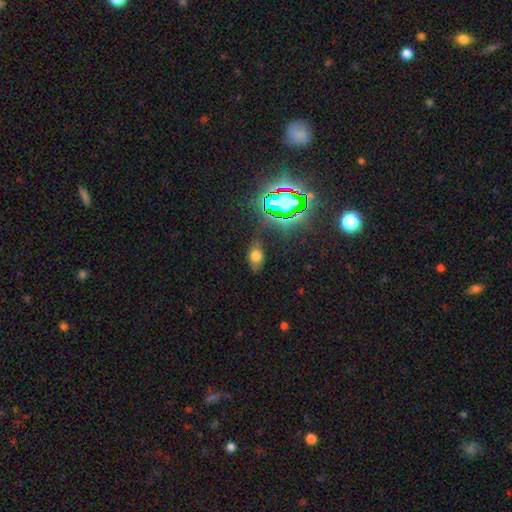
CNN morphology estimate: smooth_or_featured: smooth (p=0.63) [alt: star or artifact p=0.24]
how_rounded: in between (p=0.84) [alt: round p=0.13]
merging: none (p=0.76) [alt: minor disturbance p=0.17]